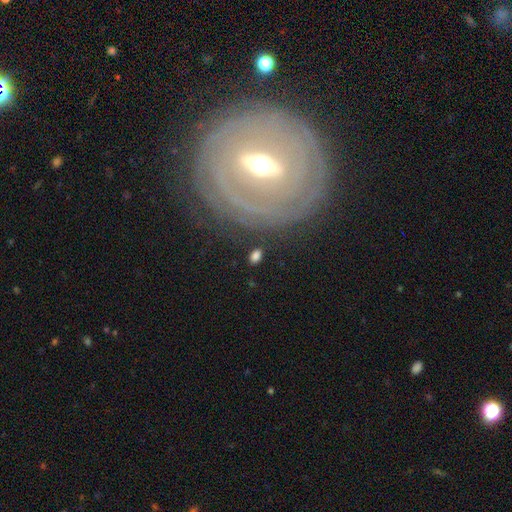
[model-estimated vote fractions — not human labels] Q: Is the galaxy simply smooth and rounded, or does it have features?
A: smooth — 75%.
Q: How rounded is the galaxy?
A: in between — 83%.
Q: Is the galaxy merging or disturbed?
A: none — 82%.